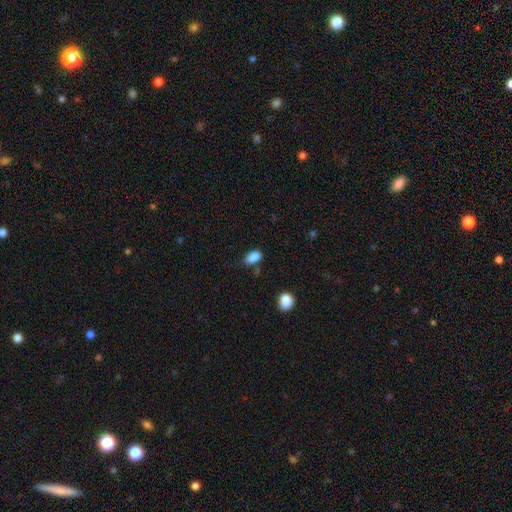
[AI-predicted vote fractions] This is clearly a smooth galaxy (84%). How rounded: clearly in between (87%). Merging: possibly none (51%).